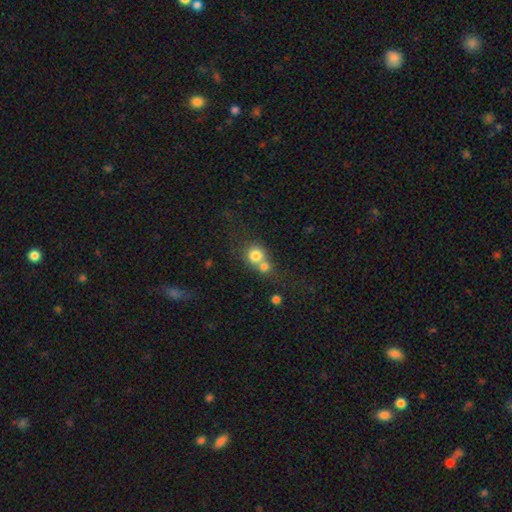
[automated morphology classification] Q: Smooth or featured?
A: smooth (77%); runner-up: featured or disk (12%)
Q: How rounded?
A: round (85%); runner-up: in between (14%)
Q: Merging?
A: merger (58%); runner-up: none (33%)